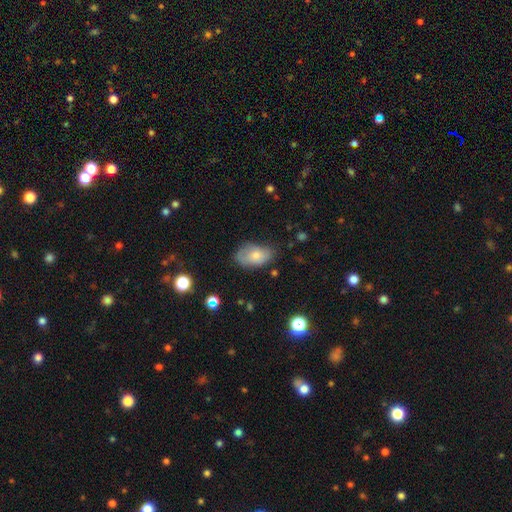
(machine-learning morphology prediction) smooth 74%, featured or disk 18%, star or artifact 8%. Down the decision tree: how rounded — in between (91%); merging — none (57%).